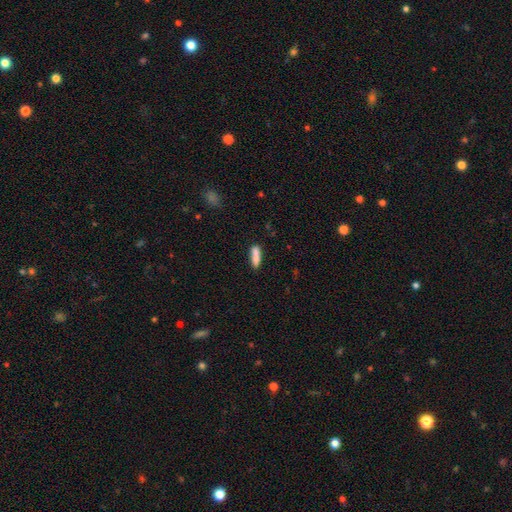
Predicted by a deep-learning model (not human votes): smooth-or-featured: smooth: 79% | featured or disk: 13% | star or artifact: 8%
  how-rounded: cigar-shaped: 55% | in between: 42% | round: 3%
  merging: none: 54% | merger: 25% | minor disturbance: 16% | major disturbance: 5%